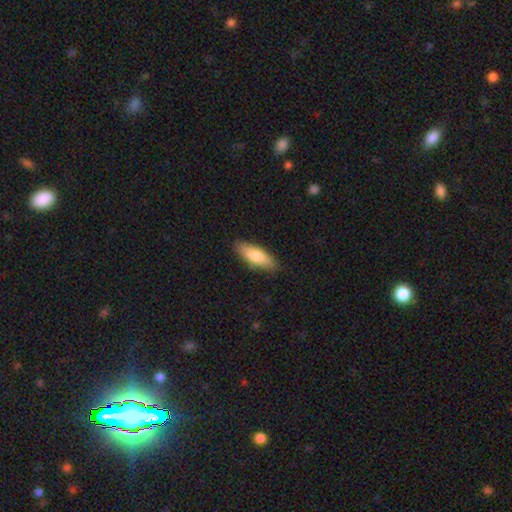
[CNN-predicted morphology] A smooth galaxy with no disk features (78%) that is in between round and cigar-shaped (62%). Merging: none (86%).